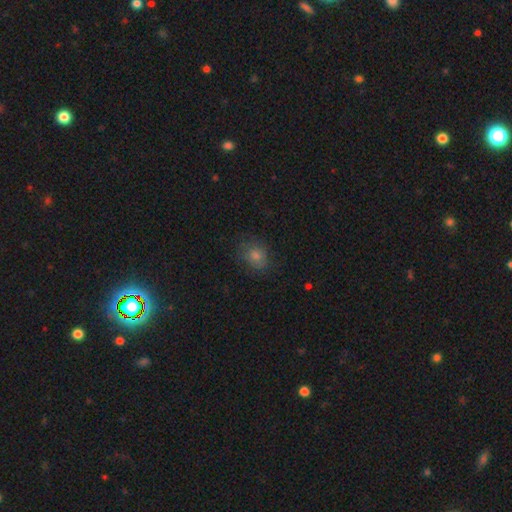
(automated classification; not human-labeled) Overall: smooth (69%). How rounded: round (63%; in between 35%). Merging: none (78%).